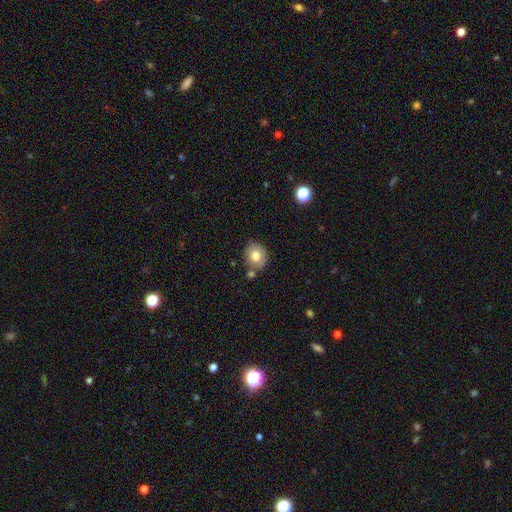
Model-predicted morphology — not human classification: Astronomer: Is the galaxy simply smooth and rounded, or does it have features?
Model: smooth — 74%.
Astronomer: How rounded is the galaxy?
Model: round — 61% (runner-up: in between, 38%).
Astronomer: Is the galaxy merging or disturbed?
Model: none — 72%.